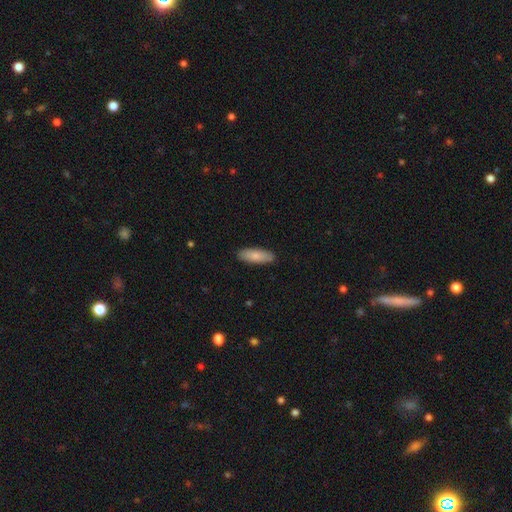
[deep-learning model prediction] Smooth or featured? Predicted: smooth (p=0.80). How rounded? Predicted: in between (p=0.63). Merging? Predicted: none (p=0.89).